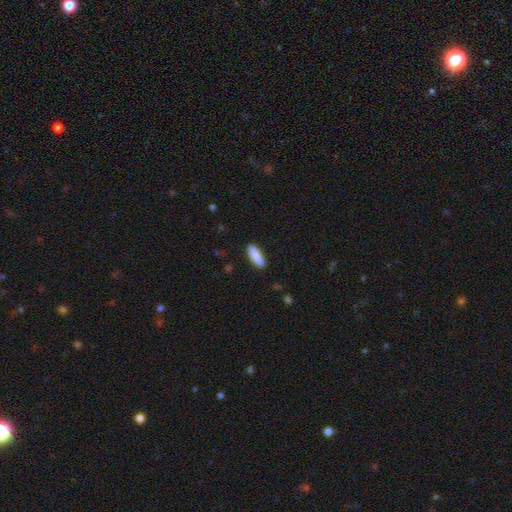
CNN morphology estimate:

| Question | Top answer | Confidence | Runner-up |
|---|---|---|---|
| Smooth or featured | smooth | 88% | featured or disk (6%) |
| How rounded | in between | 56% | cigar-shaped (42%) |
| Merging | none | 89% | minor disturbance (8%) |